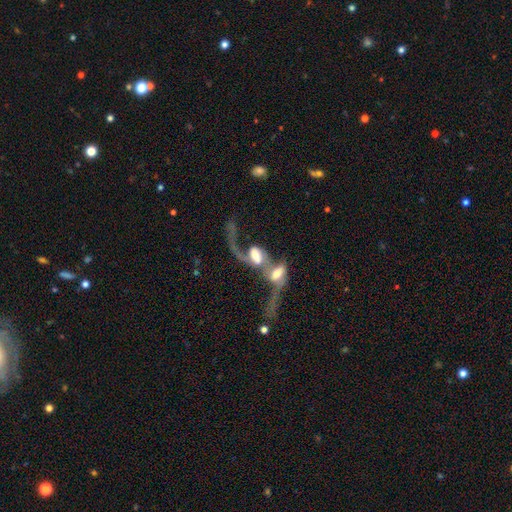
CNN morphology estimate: A featured or disk galaxy (68%) with no bar (47%), 2 (47%) loose (84%) spiral arms (81%) and a large central bulge (38%).

Vote fractions:
- Smooth or featured? featured or disk: 68% / smooth: 23% / star or artifact: 8%
- Edge-on disk? no: 91% / yes: 9%
- Bar? no: 47% / weak: 34% / strong: 19%
- Spiral arms? yes: 81% / no: 19%
- Spiral winding? loose: 84% / medium: 12% / tight: 4%
- Spiral arm count? 2: 47% / 1: 43% / can't tell: 7% / 3: 1% / more than 4: 1% / 4: 1%
- Bulge size? large: 38% / moderate: 34% / small: 12% / none: 8% / dominant: 8%
- Merging? merger: 81% / major disturbance: 10% / none: 6% / minor disturbance: 3%